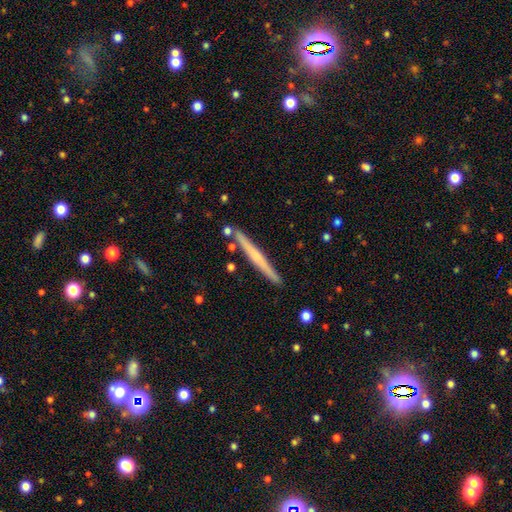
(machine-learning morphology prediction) Overall: featured or disk (51%; smooth 43%). Edge-on disk: yes (97%). Merging: none (89%).